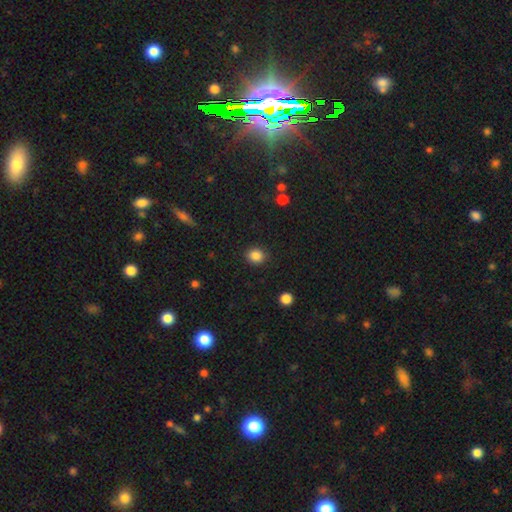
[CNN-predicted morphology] smooth_or_featured: smooth (p=0.86) [alt: star or artifact p=0.10]
how_rounded: round (p=0.79) [alt: in between p=0.20]
merging: none (p=0.90) [alt: minor disturbance p=0.06]